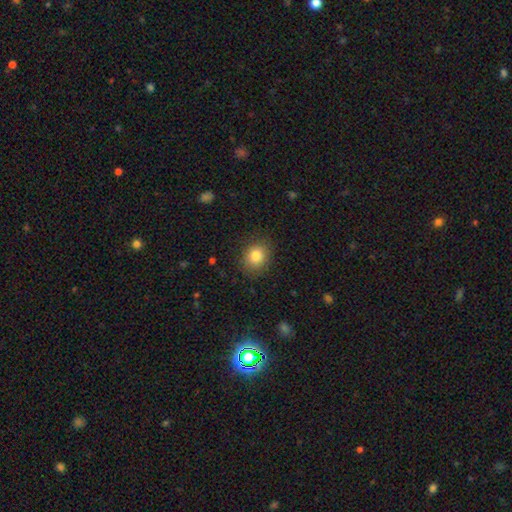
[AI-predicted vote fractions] A smooth galaxy with no disk features (84%) that is round (56%).

Vote fractions:
- Smooth or featured? smooth: 84% / star or artifact: 9% / featured or disk: 7%
- How rounded? round: 56% / in between: 43% / cigar-shaped: 1%
- Merging? none: 85% / minor disturbance: 11% / major disturbance: 3% / merger: 1%